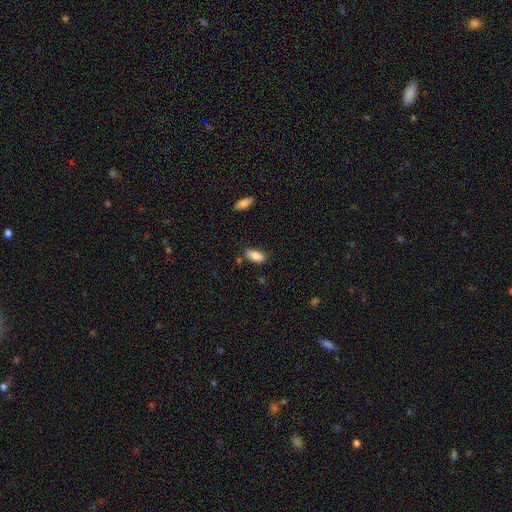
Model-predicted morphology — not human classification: Smooth or featured?
  - smooth: 86% *
  - star or artifact: 8%
  - featured or disk: 7%
How rounded?
  - in between: 90% *
  - cigar-shaped: 7%
  - round: 3%
Merging?
  - none: 72% *
  - minor disturbance: 20%
  - merger: 4%
  - major disturbance: 4%